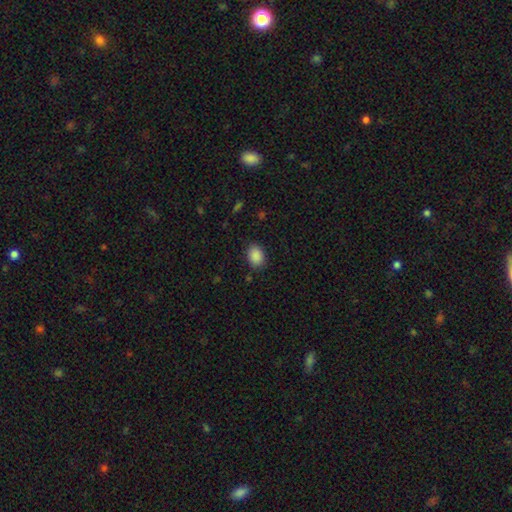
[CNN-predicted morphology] Smooth or featured? Predicted: smooth (p=0.89). How rounded? Predicted: in between (p=0.69). Merging? Predicted: none (p=0.85).